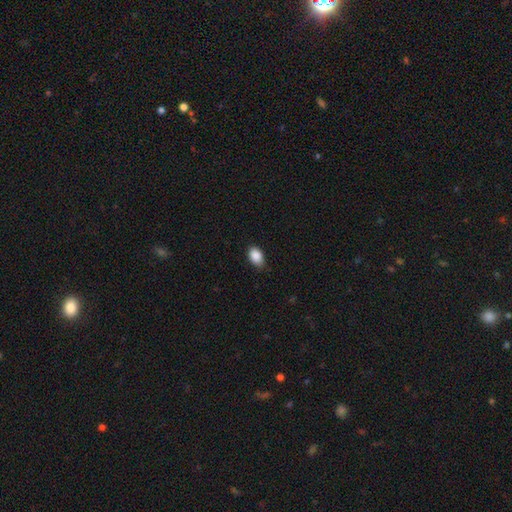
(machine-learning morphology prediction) type=smooth (89%); roundness=in between (86%); merging=none (78%).